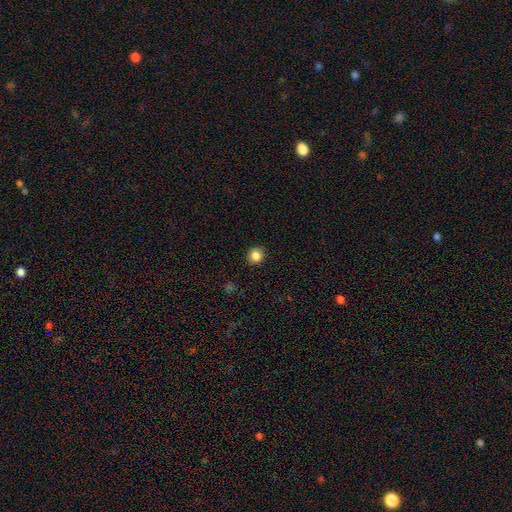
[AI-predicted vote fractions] The model was most divided on "smooth or featured": smooth: 85%, star or artifact: 11%, featured or disk: 4%. More confident: merging — none (92%); how rounded — round (91%).